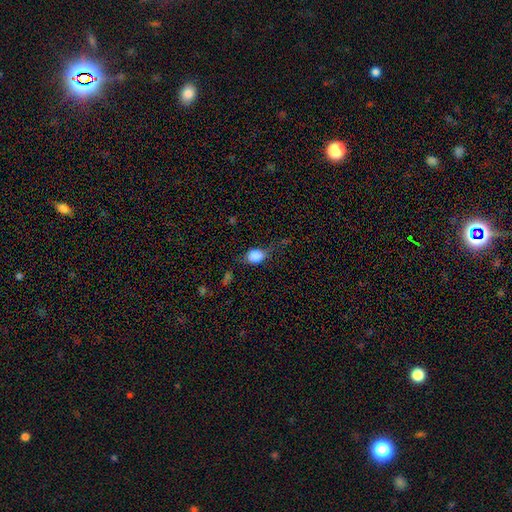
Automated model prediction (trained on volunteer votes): Smooth or featured? Predicted: smooth (p=0.76). How rounded? Predicted: in between (p=0.61). Merging? Predicted: none (p=0.56).